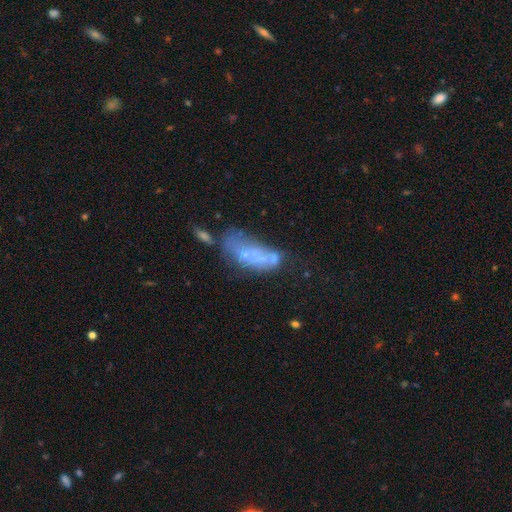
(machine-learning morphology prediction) This appears to be a featured or disk galaxy (46%). Merging: merger (39%).